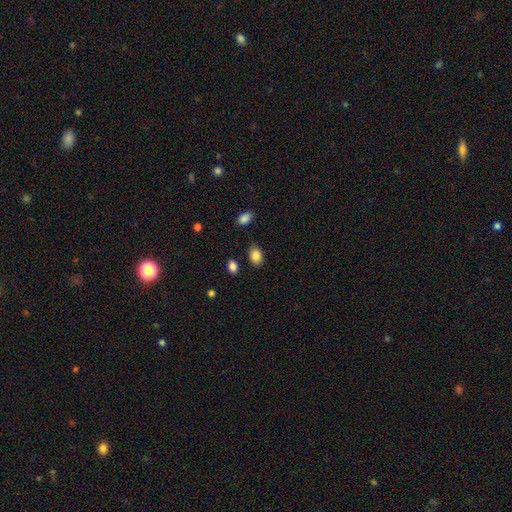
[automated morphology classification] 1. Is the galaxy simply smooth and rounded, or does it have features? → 86% smooth, 9% star or artifact, 5% featured or disk.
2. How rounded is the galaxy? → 76% in between, 23% round, 1% cigar-shaped.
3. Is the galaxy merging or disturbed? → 83% none, 10% minor disturbance, 3% merger, 3% major disturbance.